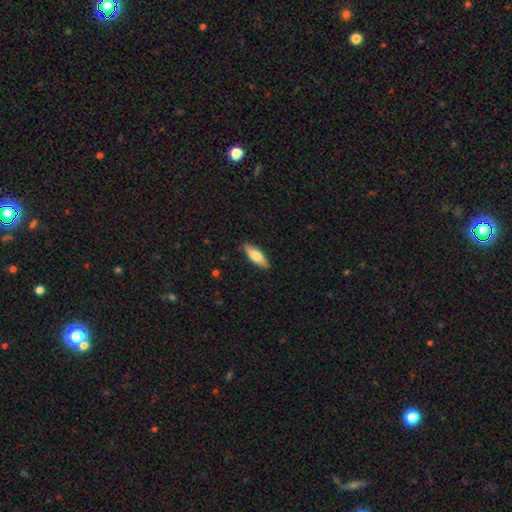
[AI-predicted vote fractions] A smooth galaxy with no disk features (70%) that is in between round and cigar-shaped (58%). Merging: none (88%).